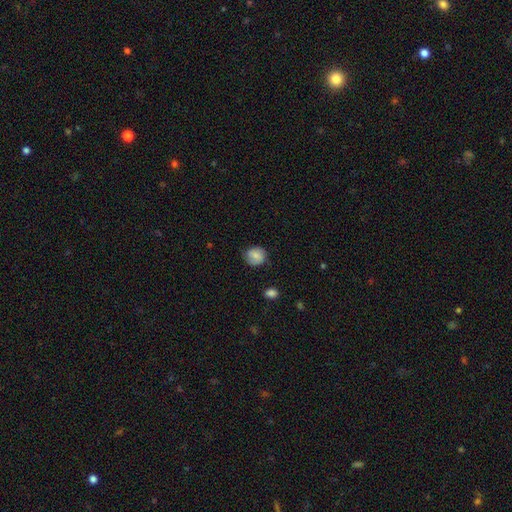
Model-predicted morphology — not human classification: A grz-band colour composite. It shows a smooth galaxy with no disk features (77%) that is round (79%). Merging: none (73%).